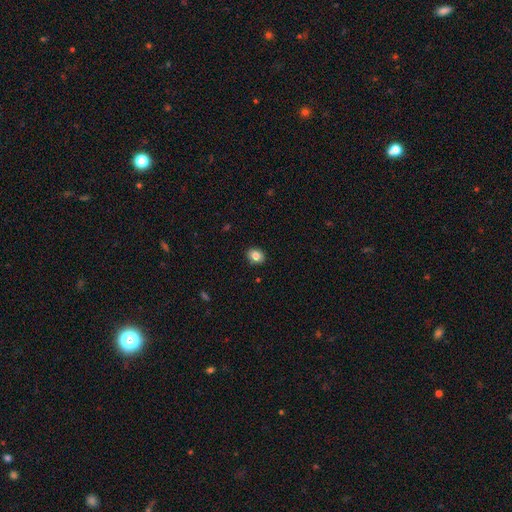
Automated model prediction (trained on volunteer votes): Smooth or featured?
  - smooth: 85% *
  - star or artifact: 9%
  - featured or disk: 6%
How rounded?
  - round: 52% *
  - in between: 47%
  - cigar-shaped: 1%
Merging?
  - none: 90% *
  - minor disturbance: 7%
  - major disturbance: 2%
  - merger: 1%